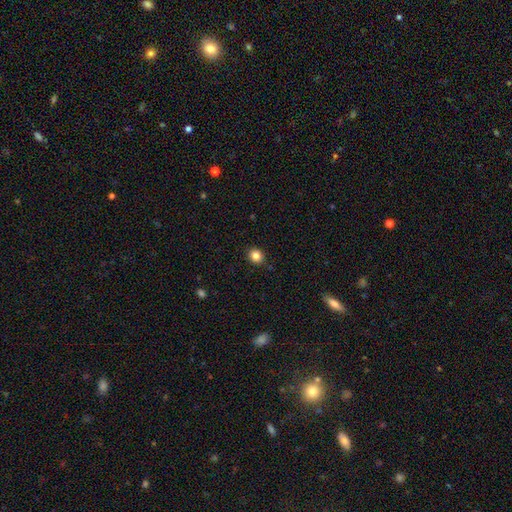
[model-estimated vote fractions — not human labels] Q: Smooth or featured?
A: smooth (84%); runner-up: star or artifact (11%)
Q: How rounded?
A: round (74%); runner-up: in between (25%)
Q: Merging?
A: none (90%); runner-up: minor disturbance (7%)